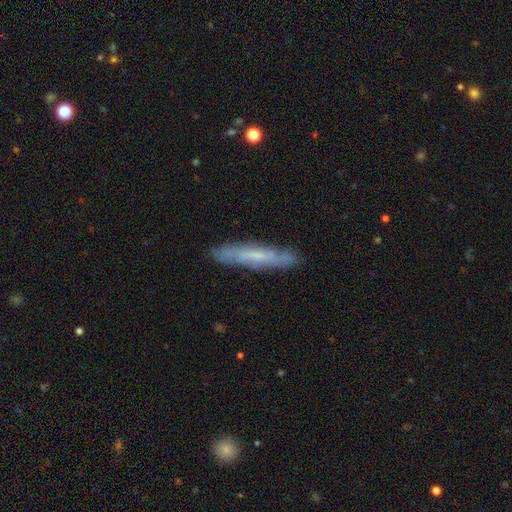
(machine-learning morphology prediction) Q: Smooth or featured?
A: featured or disk (53%); runner-up: smooth (40%)
Q: Edge-on disk?
A: yes (67%); runner-up: no (33%)
Q: Merging?
A: none (84%); runner-up: minor disturbance (12%)